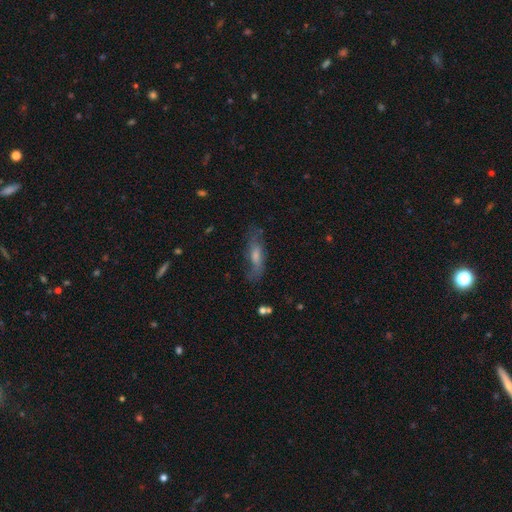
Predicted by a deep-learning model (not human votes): A featured or disk galaxy (47%). Merging: none (69%).